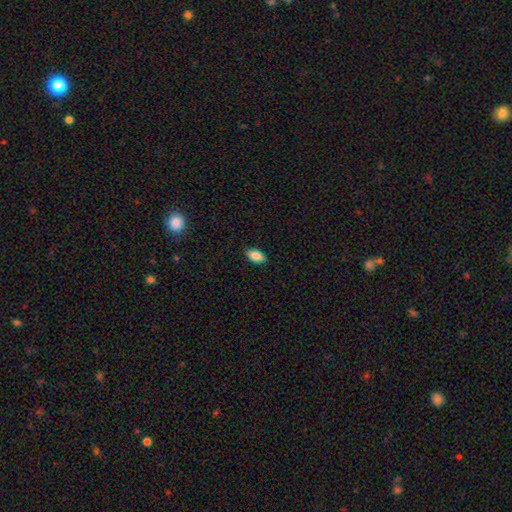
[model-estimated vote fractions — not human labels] Smooth or featured: smooth — 87% (star or artifact — 8%)
How rounded: in between — 91% (round — 4%)
Merging: none — 88% (minor disturbance — 9%)